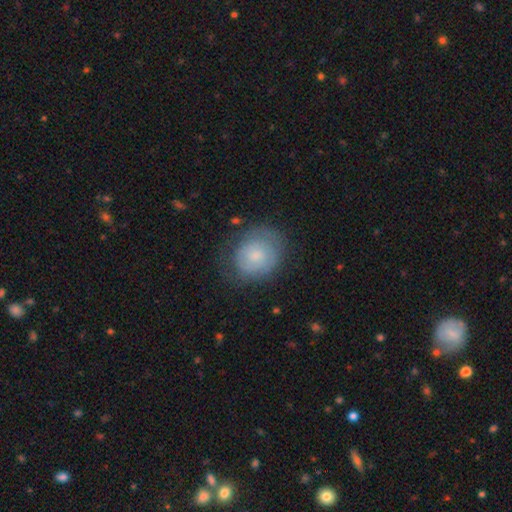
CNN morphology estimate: Q: Smooth or featured?
A: smooth (58%); runner-up: featured or disk (35%)
Q: How rounded?
A: round (69%); runner-up: in between (30%)
Q: Merging?
A: none (67%); runner-up: minor disturbance (22%)